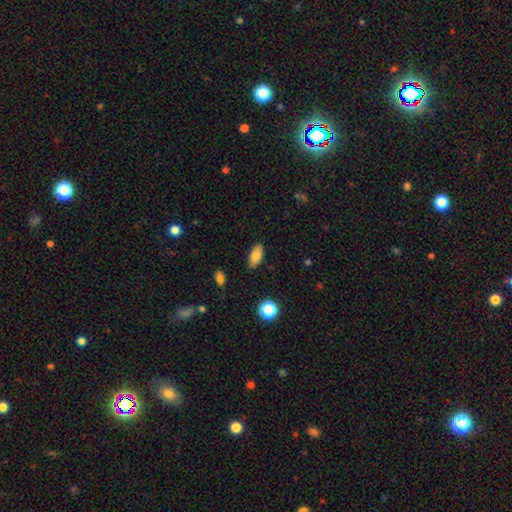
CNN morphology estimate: This appears to be a smooth galaxy with no disk features (81%) that is in between round and cigar-shaped (88%). Merging: none (87%).